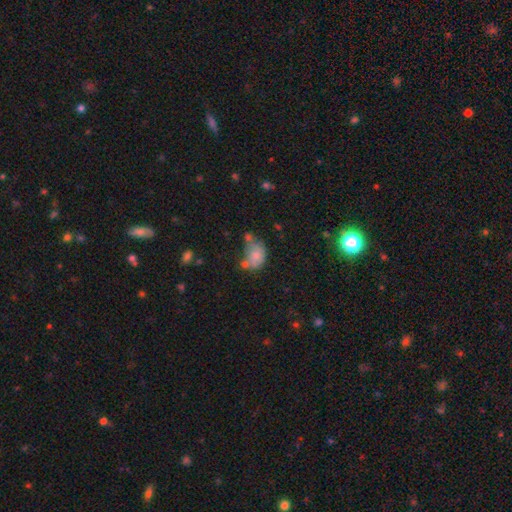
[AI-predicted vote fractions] Smooth or featured: smooth — 69% (featured or disk — 22%)
How rounded: in between — 70% (round — 28%)
Merging: merger — 33% (none — 28%)